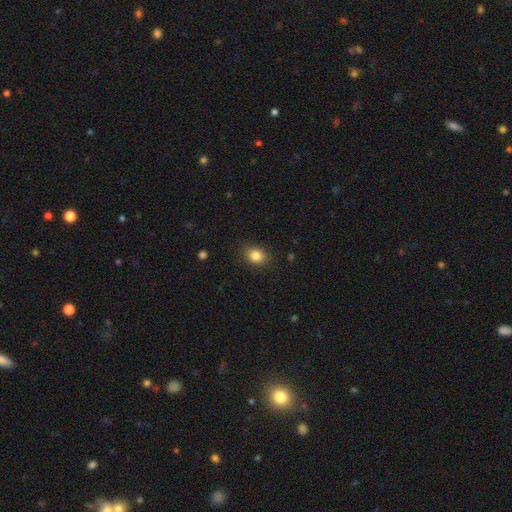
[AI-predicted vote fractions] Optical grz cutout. It shows a smooth galaxy with no disk features (84%) that is in between round and cigar-shaped (53%). Merging: none (87%).